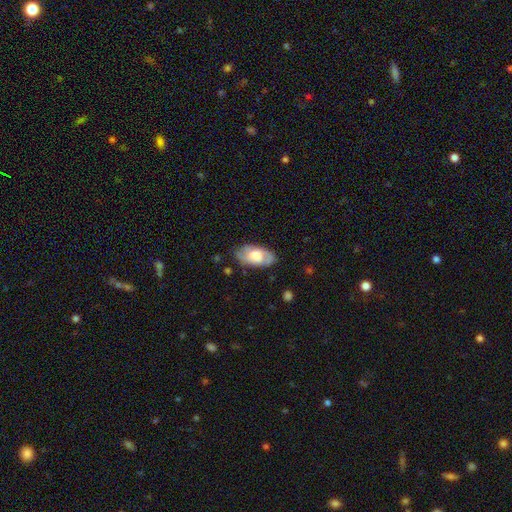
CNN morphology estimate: Smooth or featured? smooth (49%)
Merging? none (77%)